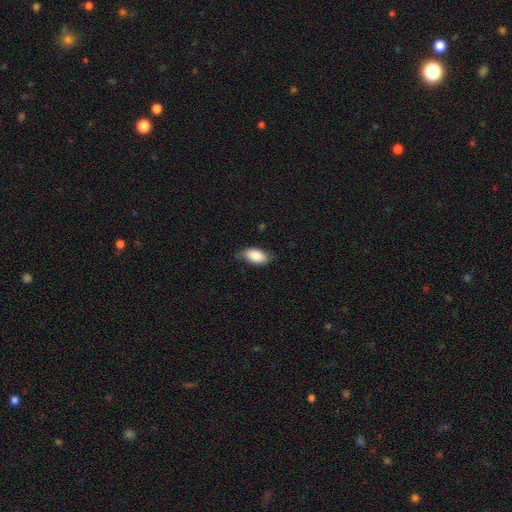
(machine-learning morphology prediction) Q: Smooth or featured?
A: smooth (83%); runner-up: featured or disk (11%)
Q: How rounded?
A: in between (93%); runner-up: round (4%)
Q: Merging?
A: none (66%); runner-up: minor disturbance (27%)